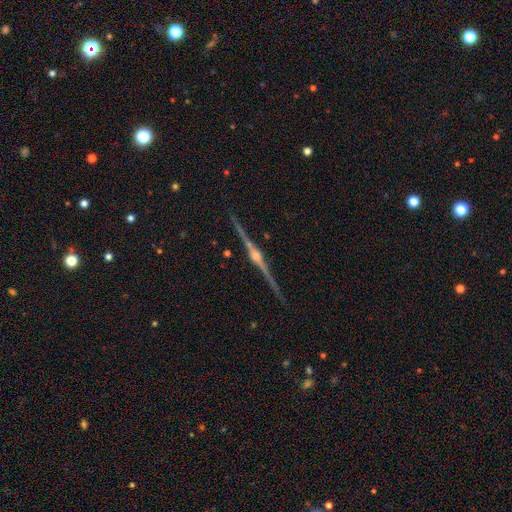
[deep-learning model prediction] Smooth or featured: featured or disk — 90% (star or artifact — 6%)
Edge-on disk: yes — 99% (no — 1%)
Edge-on bulge: rounded — 94% (boxy — 4%)
Merging: none — 91% (minor disturbance — 6%)